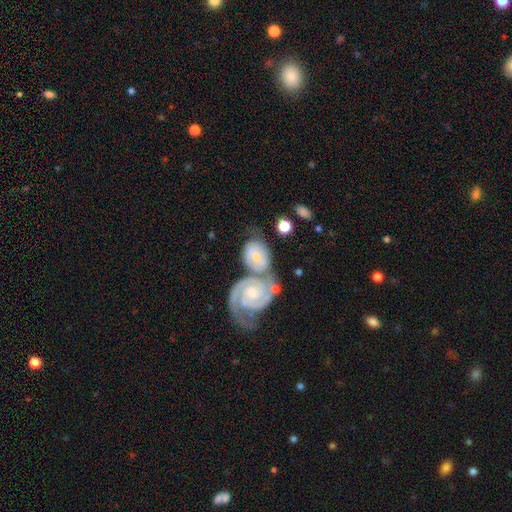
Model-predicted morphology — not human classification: Smooth or featured: featured or disk — 66% (smooth — 28%)
Edge-on disk: no — 96% (yes — 4%)
Bar: no — 59% (weak — 31%)
Spiral arms: yes — 92% (no — 8%)
Spiral winding: tight — 59% (medium — 34%)
Spiral arm count: 2 — 73% (can't tell — 13%)
Bulge size: small — 61% (moderate — 31%)
Merging: merger — 47% (none — 33%)